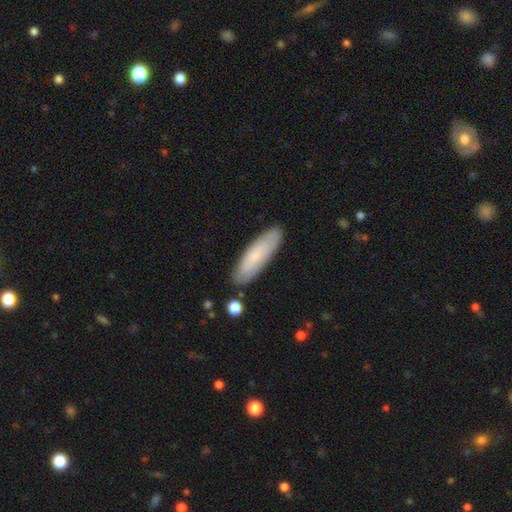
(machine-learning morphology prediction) smooth 73%, featured or disk 21%, star or artifact 6%. Down the decision tree: how rounded — cigar-shaped (57%); merging — none (85%).